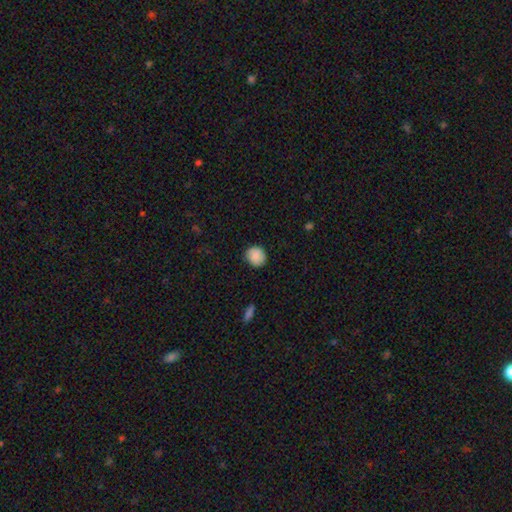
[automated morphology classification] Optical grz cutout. It shows a smooth galaxy with no disk features (87%) that is round (88%). Merging: none (85%).